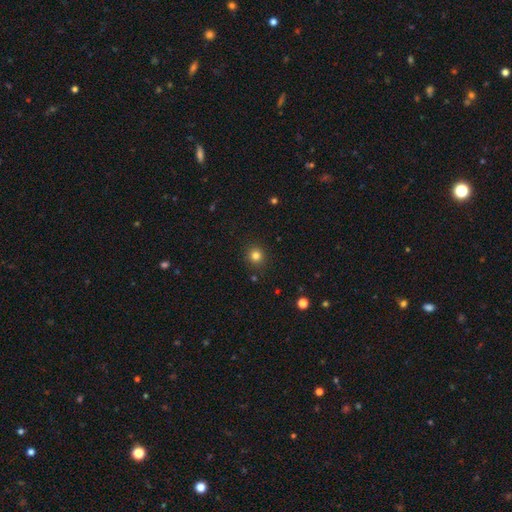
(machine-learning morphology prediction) smooth_or_featured: smooth (p=0.81) [alt: star or artifact p=0.14]
how_rounded: round (p=0.92) [alt: in between p=0.07]
merging: none (p=0.90) [alt: minor disturbance p=0.07]